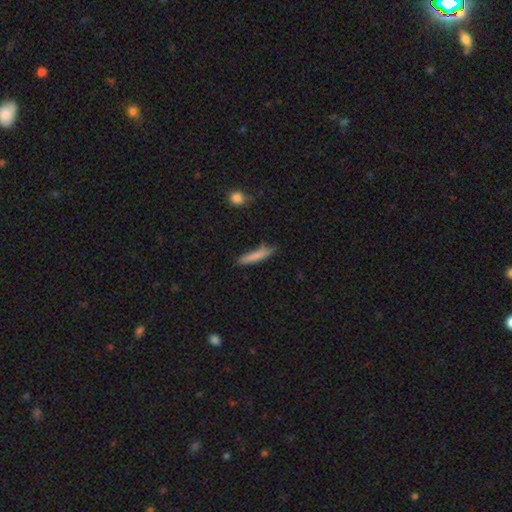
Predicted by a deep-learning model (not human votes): Smooth or featured: smooth — 80% (featured or disk — 13%)
How rounded: cigar-shaped — 89% (in between — 10%)
Merging: none — 72% (minor disturbance — 20%)